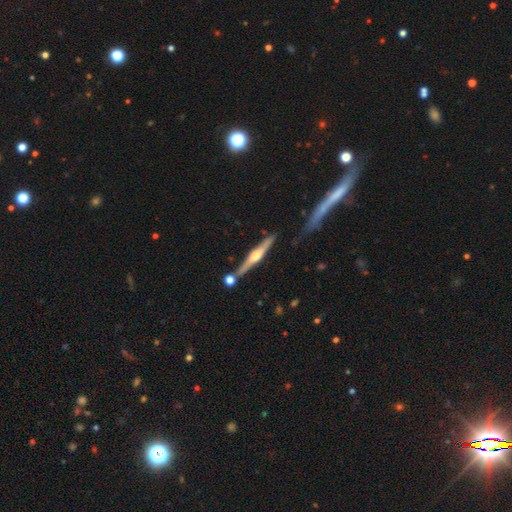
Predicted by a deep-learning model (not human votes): Overall: featured or disk (74%). Edge-on disk: yes (97%). Edge-on bulge: rounded (90%). Merging: none (76%).